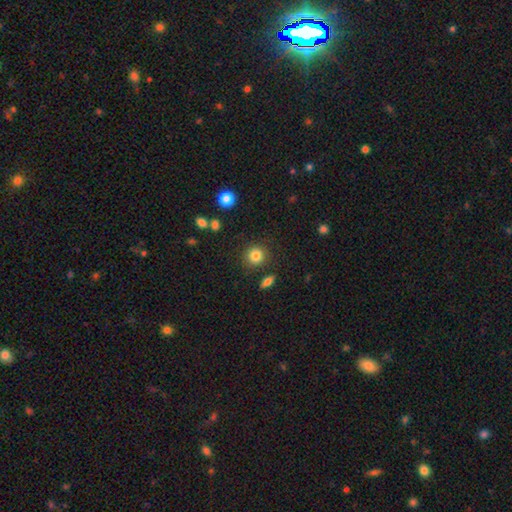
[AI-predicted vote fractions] Overall: smooth (84%). How rounded: round (89%). Merging: none (86%).